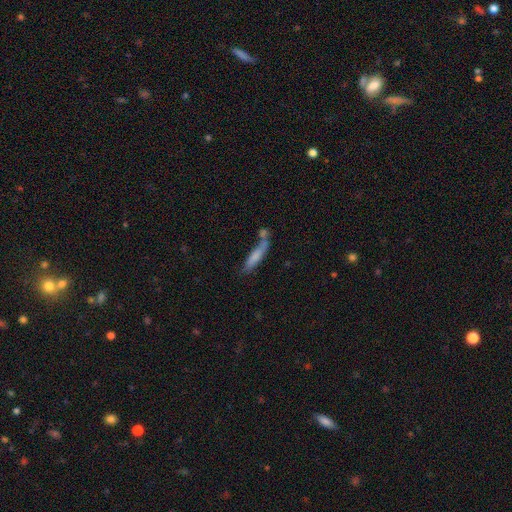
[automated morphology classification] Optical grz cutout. It shows a smooth galaxy with no disk features (70%) that is cigar-shaped (85%). Merging: none (49%).